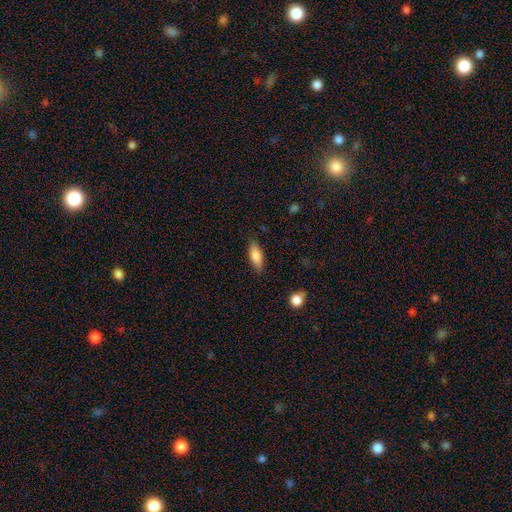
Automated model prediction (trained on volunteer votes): smooth 80%, featured or disk 14%, star or artifact 7%. Down the decision tree: how rounded — in between (70%); merging — none (82%).